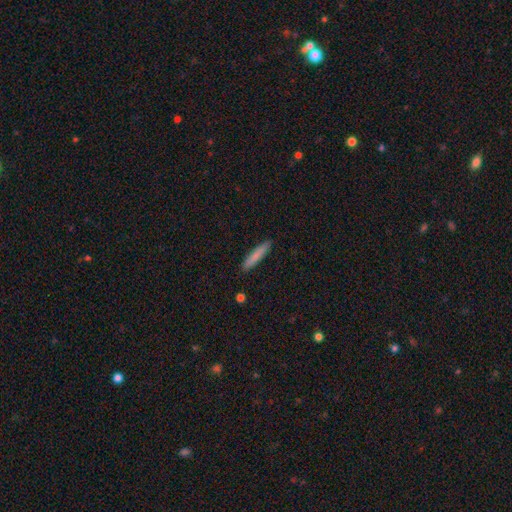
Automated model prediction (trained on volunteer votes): Overall: smooth (80%). How rounded: cigar-shaped (92%). Merging: none (89%).